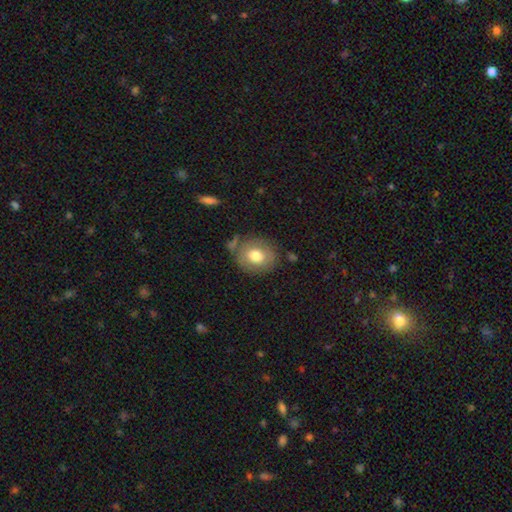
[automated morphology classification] The model was most divided on "how rounded": round: 70%, in between: 29%, cigar-shaped: 1%. More confident: merging — none (75%); smooth or featured — smooth (73%).